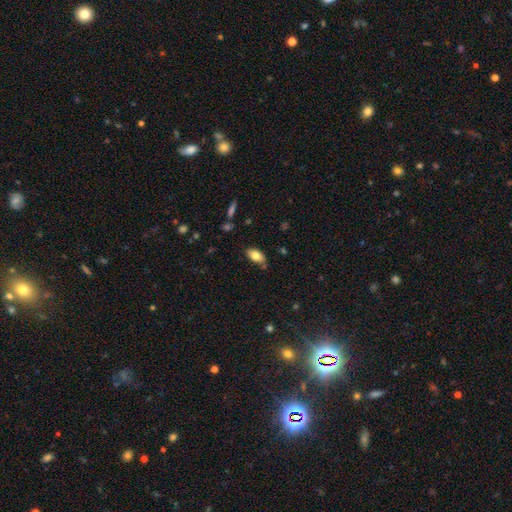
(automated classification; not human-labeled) Morphology: type=smooth (78%); roundness=in between (92%); merging=none (77%).